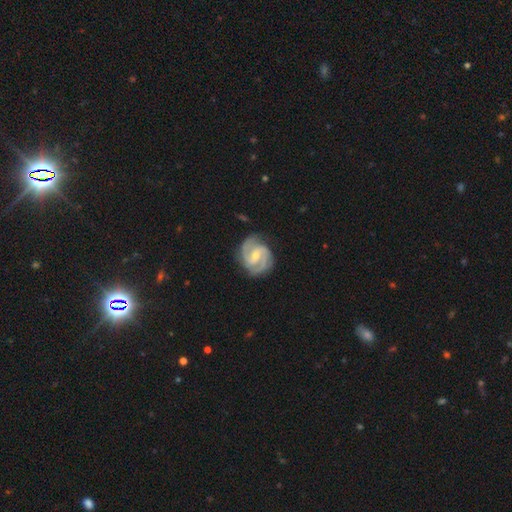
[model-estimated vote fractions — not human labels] Overall: featured or disk (92%). Edge-on disk: no (98%). Bar: weak (53%; no 23%). Spiral arms: yes (98%). Spiral arm count: 2 (74%). Spiral winding: medium (51%; tight 41%). Bulge size: small (51%; moderate 45%). Merging: none (79%).